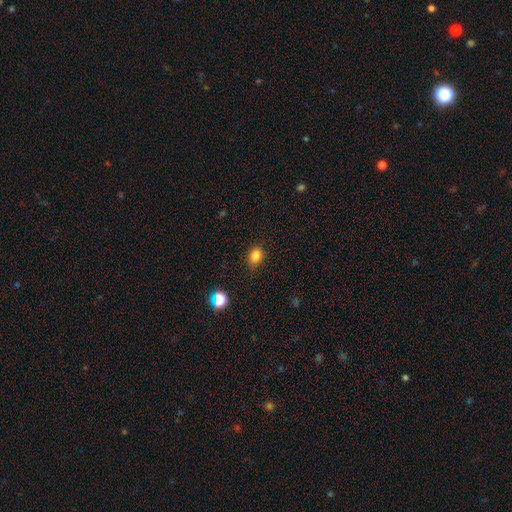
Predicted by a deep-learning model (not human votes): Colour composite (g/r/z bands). It shows a smooth galaxy with no disk features (84%) that is in between round and cigar-shaped (59%). Merging: none (79%).